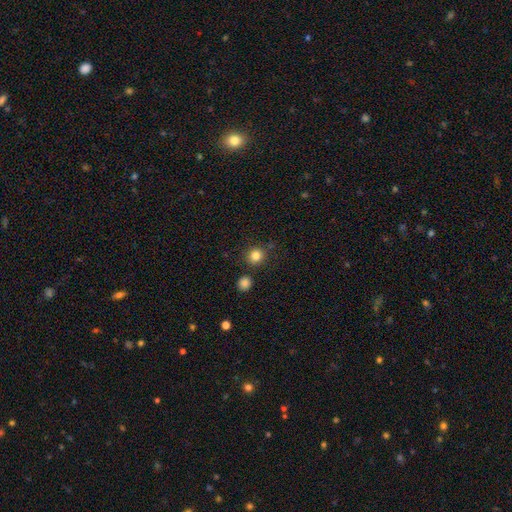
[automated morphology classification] This appears to be a smooth galaxy with no disk features (83%) that is round (89%). Merging: none (84%).